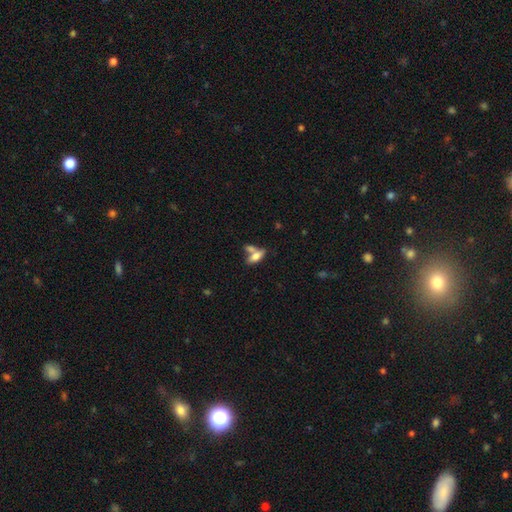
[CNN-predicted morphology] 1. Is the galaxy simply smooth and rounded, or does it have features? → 68% smooth, 23% featured or disk, 9% star or artifact.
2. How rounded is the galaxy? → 75% in between, 21% cigar-shaped, 4% round.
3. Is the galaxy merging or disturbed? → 43% none, 40% merger, 12% minor disturbance, 5% major disturbance.